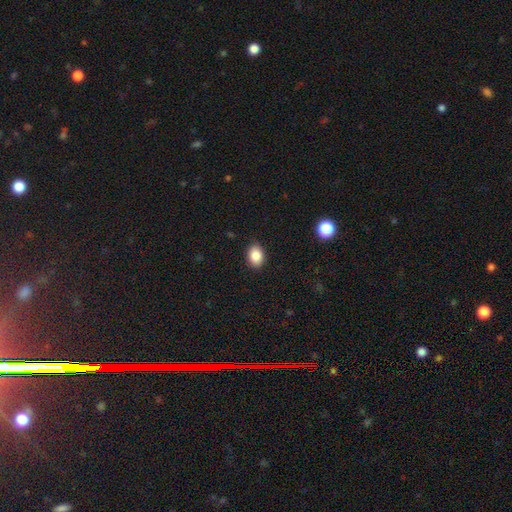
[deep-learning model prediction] This is clearly a smooth galaxy (87%). How rounded: likely in between (76%). Merging: clearly none (88%).